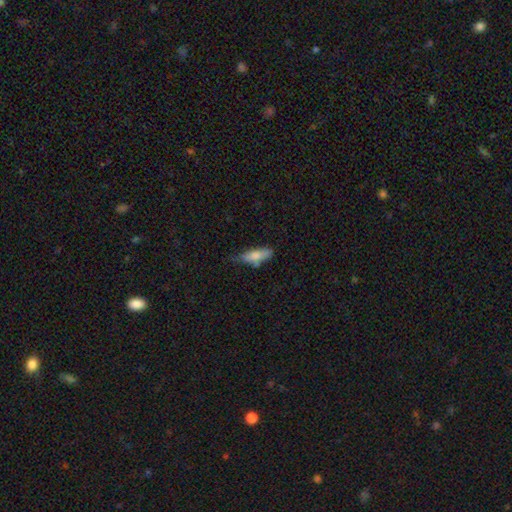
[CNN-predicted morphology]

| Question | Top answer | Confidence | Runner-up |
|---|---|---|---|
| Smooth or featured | smooth | 78% | featured or disk (16%) |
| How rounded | in between | 51% | cigar-shaped (47%) |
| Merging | none | 56% | minor disturbance (29%) |